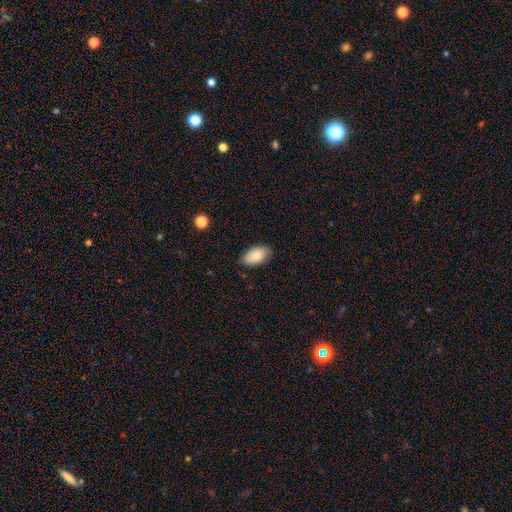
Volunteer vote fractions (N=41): A smooth galaxy with no disk features (93%) that is in between round and cigar-shaped (95%). Merging: none (79%).